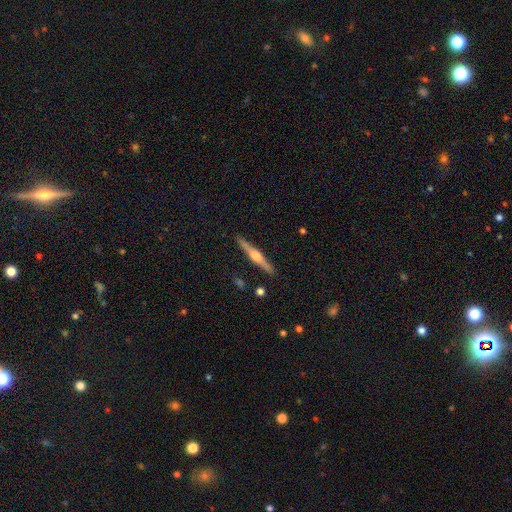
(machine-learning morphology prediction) Smooth or featured? Predicted: featured or disk (p=0.73). Edge-on disk? Predicted: yes (p=0.98). Edge-on bulge? Predicted: rounded (p=0.88). Merging? Predicted: none (p=0.90).